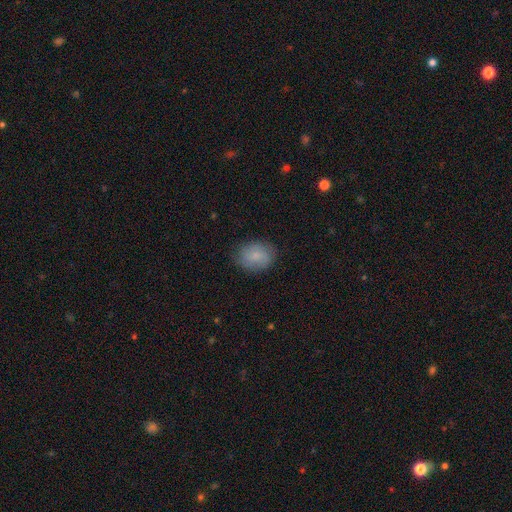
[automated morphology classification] The model was most divided on "how rounded": in between: 54%, round: 45%, cigar-shaped: 1%. More confident: merging — none (81%); smooth or featured — smooth (79%).